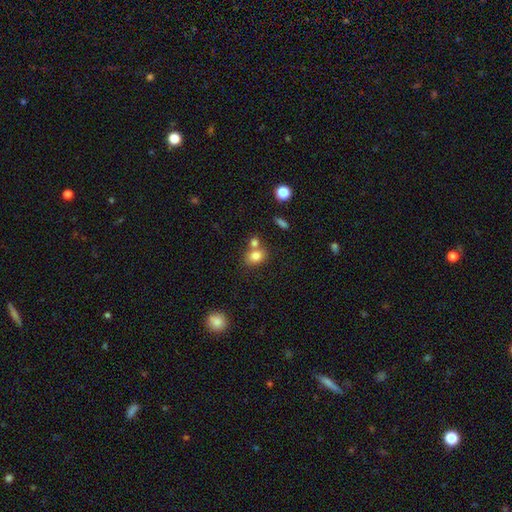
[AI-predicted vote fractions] Q: Smooth or featured?
A: smooth (81%); runner-up: star or artifact (11%)
Q: How rounded?
A: round (51%); runner-up: in between (48%)
Q: Merging?
A: none (52%); runner-up: merger (32%)